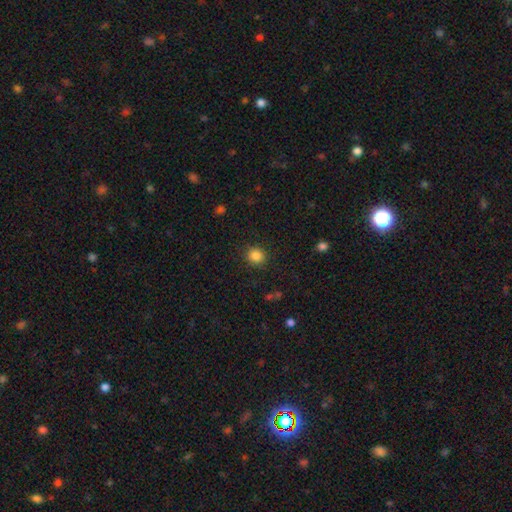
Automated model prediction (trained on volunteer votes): Smooth or featured?
  - smooth: 85% *
  - star or artifact: 11%
  - featured or disk: 4%
How rounded?
  - round: 86% *
  - in between: 13%
  - cigar-shaped: 1%
Merging?
  - none: 89% *
  - minor disturbance: 7%
  - major disturbance: 3%
  - merger: 1%